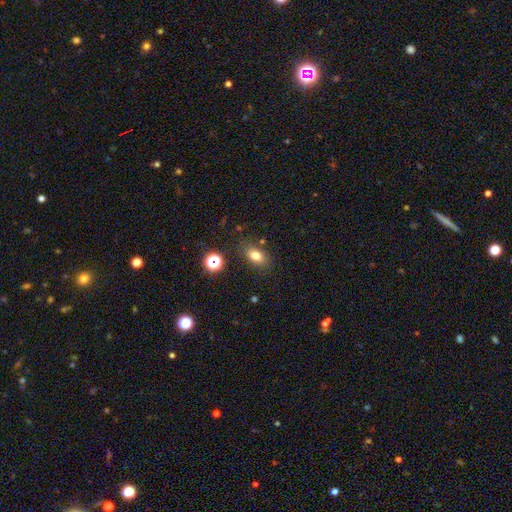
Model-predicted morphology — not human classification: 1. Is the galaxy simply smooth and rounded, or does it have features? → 76% smooth, 13% star or artifact, 11% featured or disk.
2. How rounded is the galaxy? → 79% in between, 17% round, 4% cigar-shaped.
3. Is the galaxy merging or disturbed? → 81% none, 12% minor disturbance, 4% merger, 3% major disturbance.